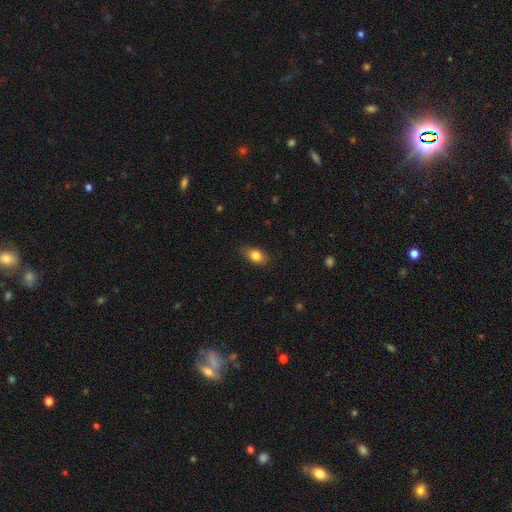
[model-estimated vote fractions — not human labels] smooth-or-featured: smooth: 83% | featured or disk: 9% | star or artifact: 8%
  how-rounded: in between: 82% | round: 14% | cigar-shaped: 3%
  merging: none: 82% | minor disturbance: 14% | major disturbance: 3% | merger: 1%